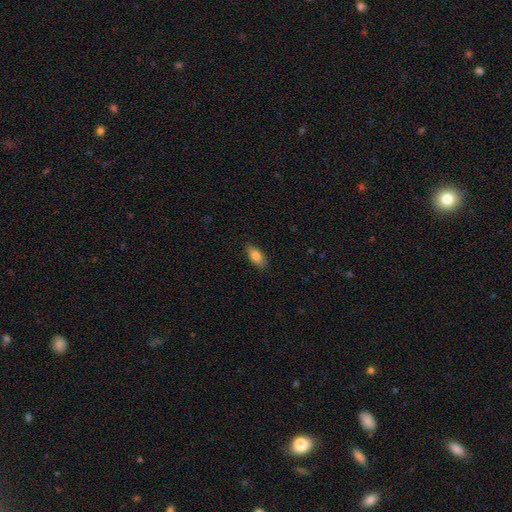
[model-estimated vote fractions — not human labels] smooth 82%, featured or disk 11%, star or artifact 7%. Down the decision tree: how rounded — in between (88%); merging — none (85%).